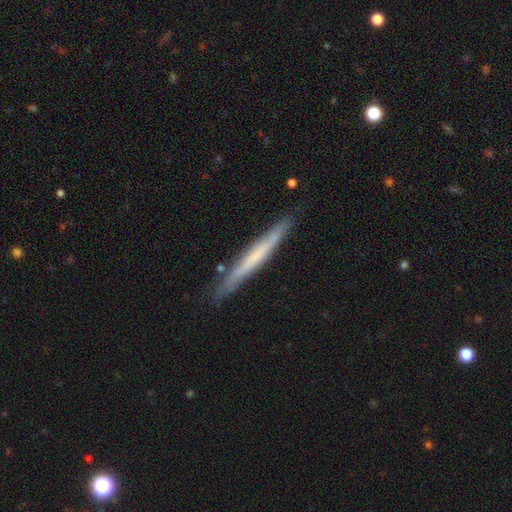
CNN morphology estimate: Q: Smooth or featured?
A: featured or disk (50%); runner-up: smooth (44%)
Q: Merging?
A: none (88%); runner-up: minor disturbance (9%)